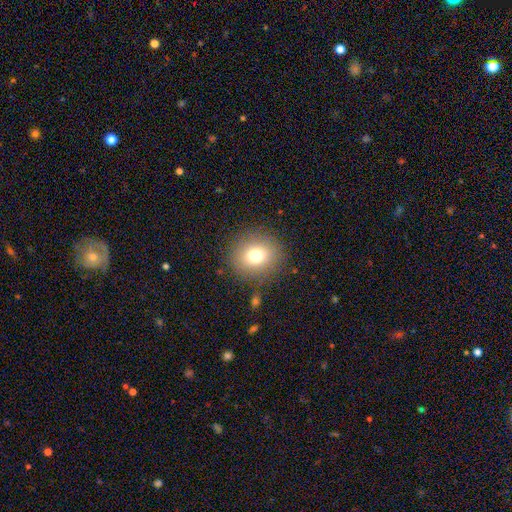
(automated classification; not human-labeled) Morphology: type=smooth (75%); roundness=round (84%); merging=none (87%).